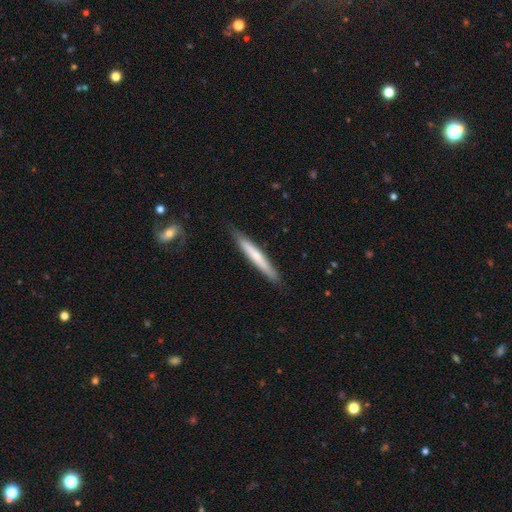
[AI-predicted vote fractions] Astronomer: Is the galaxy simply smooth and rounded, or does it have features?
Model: smooth — 59% (runner-up: featured or disk, 35%).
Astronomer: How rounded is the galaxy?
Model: cigar-shaped — 96%.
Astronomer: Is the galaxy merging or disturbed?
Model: none — 84%.